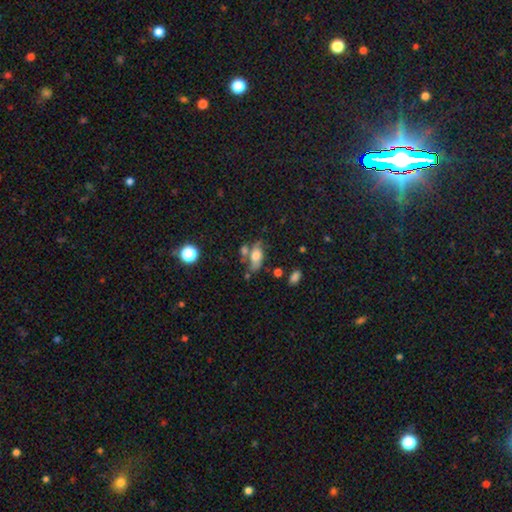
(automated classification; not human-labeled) Smooth or featured?
  - smooth: 59% *
  - featured or disk: 30%
  - star or artifact: 11%
How rounded?
  - in between: 83% *
  - cigar-shaped: 9%
  - round: 7%
Merging?
  - none: 45% *
  - minor disturbance: 23%
  - merger: 20%
  - major disturbance: 12%